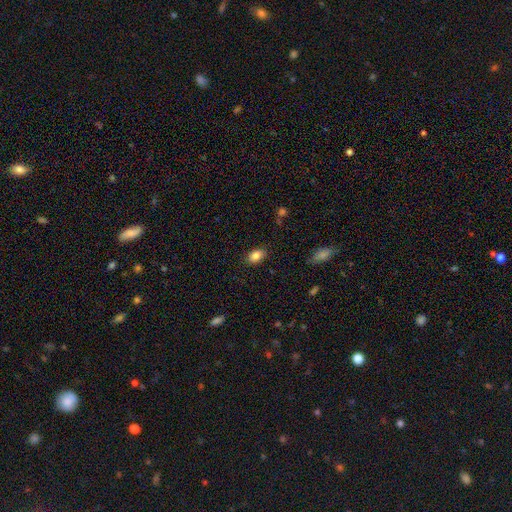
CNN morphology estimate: Smooth or featured?
  - smooth: 85% *
  - star or artifact: 8%
  - featured or disk: 6%
How rounded?
  - in between: 85% *
  - round: 13%
  - cigar-shaped: 1%
Merging?
  - none: 86% *
  - minor disturbance: 11%
  - major disturbance: 3%
  - merger: 1%